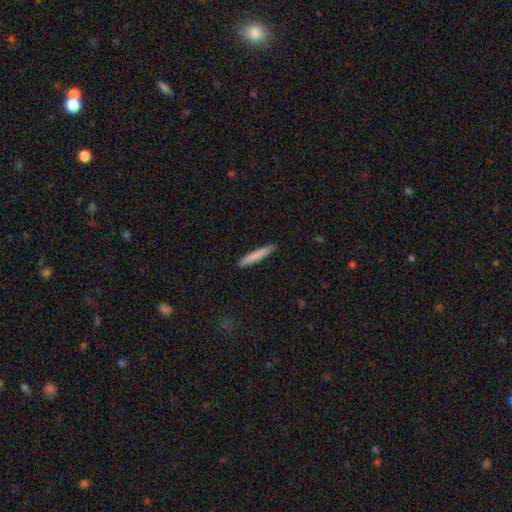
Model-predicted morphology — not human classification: Smooth or featured?
  - smooth: 81% *
  - featured or disk: 14%
  - star or artifact: 5%
How rounded?
  - cigar-shaped: 95% *
  - in between: 4%
  - round: 1%
Merging?
  - none: 91% *
  - minor disturbance: 6%
  - major disturbance: 1%
  - merger: 1%